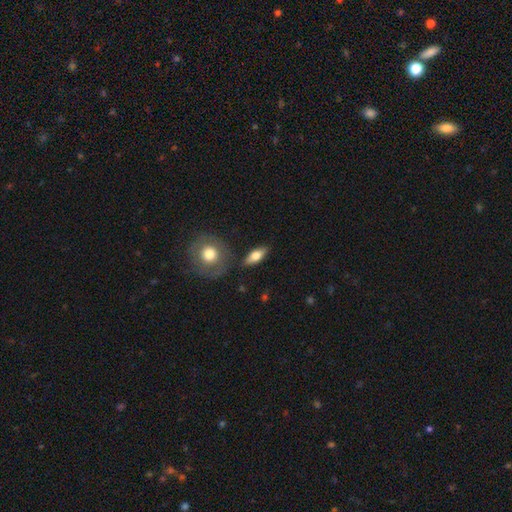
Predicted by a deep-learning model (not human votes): smooth 63%, featured or disk 31%, star or artifact 6%. Down the decision tree: how rounded — in between (73%); merging — none (83%).